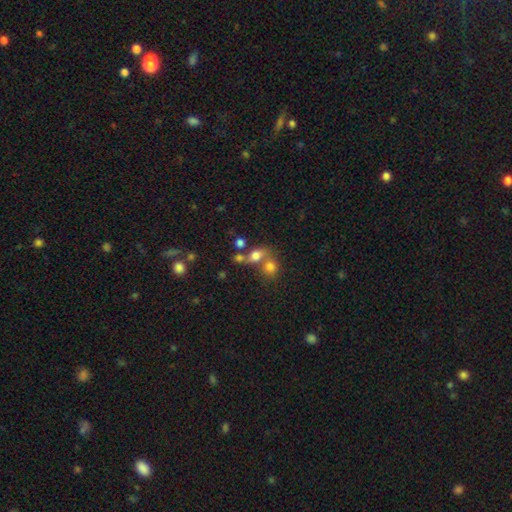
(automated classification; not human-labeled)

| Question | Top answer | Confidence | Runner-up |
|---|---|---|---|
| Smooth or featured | smooth | 72% | featured or disk (14%) |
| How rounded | in between | 52% | round (45%) |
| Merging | merger | 47% | none (37%) |